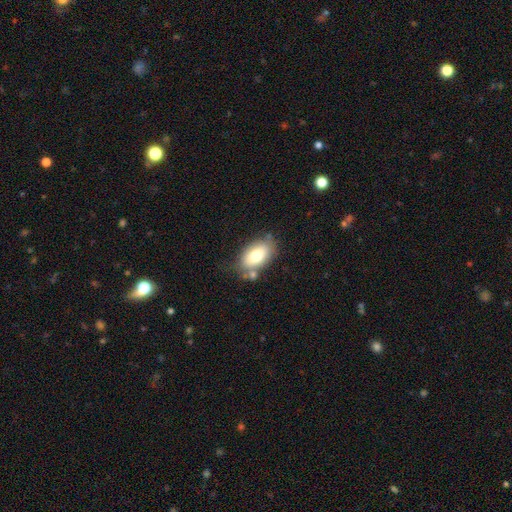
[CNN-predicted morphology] Overall: smooth (72%). How rounded: in between (91%). Merging: none (65%).